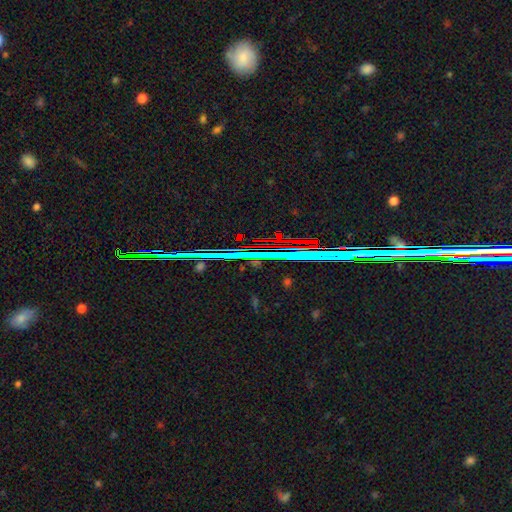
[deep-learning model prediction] A star or artifact, not a galaxy (83%).